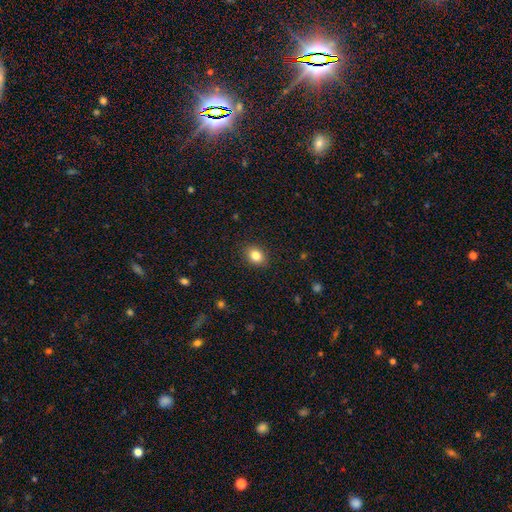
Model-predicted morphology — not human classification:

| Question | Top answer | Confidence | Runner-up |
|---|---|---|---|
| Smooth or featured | smooth | 84% | star or artifact (10%) |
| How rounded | in between | 64% | round (35%) |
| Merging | none | 89% | minor disturbance (8%) |